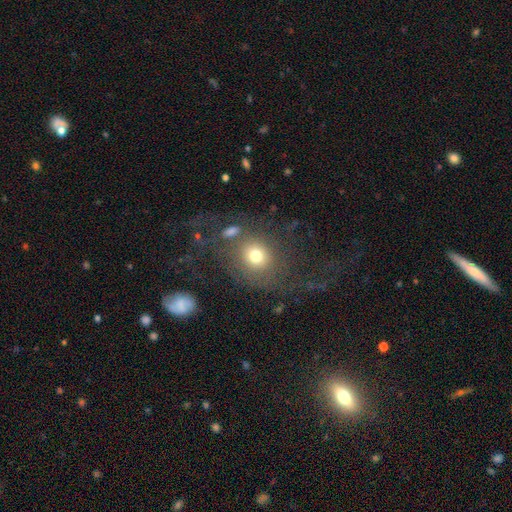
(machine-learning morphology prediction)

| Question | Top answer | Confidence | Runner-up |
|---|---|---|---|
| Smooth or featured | smooth | 66% | featured or disk (21%) |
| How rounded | round | 76% | in between (23%) |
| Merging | none | 57% | major disturbance (18%) |